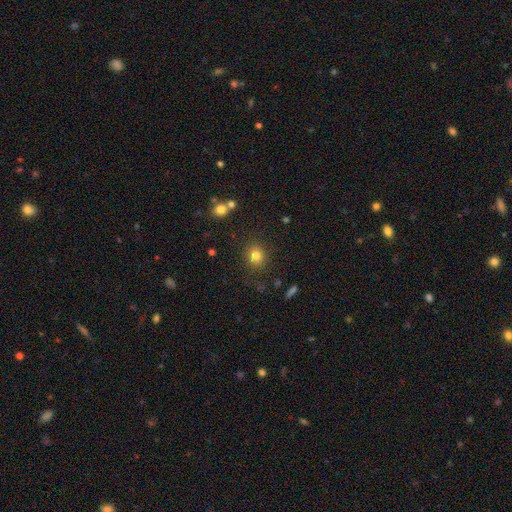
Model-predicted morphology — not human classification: Smooth or featured?
  - smooth: 80% *
  - star or artifact: 13%
  - featured or disk: 7%
How rounded?
  - round: 76% *
  - in between: 23%
  - cigar-shaped: 1%
Merging?
  - none: 85% *
  - minor disturbance: 9%
  - major disturbance: 3%
  - merger: 3%